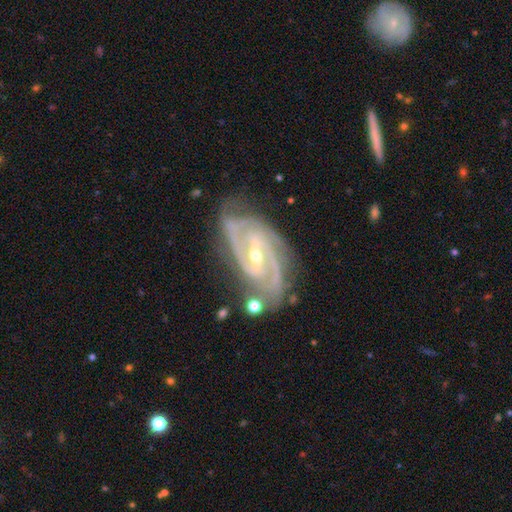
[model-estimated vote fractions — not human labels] smooth_or_featured: featured or disk (p=0.93) [alt: star or artifact p=0.05]
disk_edge_on: no (p=0.97) [alt: yes p=0.03]
bar: weak (p=0.42) [alt: strong p=0.34]
has_spiral_arms: yes (p=0.99) [alt: no p=0.01]
spiral_winding: tight (p=0.52) [alt: medium p=0.42]
spiral_arm_count: 2 (p=0.55) [alt: 3 p=0.27]
bulge_size: small (p=0.62) [alt: moderate p=0.35]
merging: none (p=0.71) [alt: minor disturbance p=0.19]